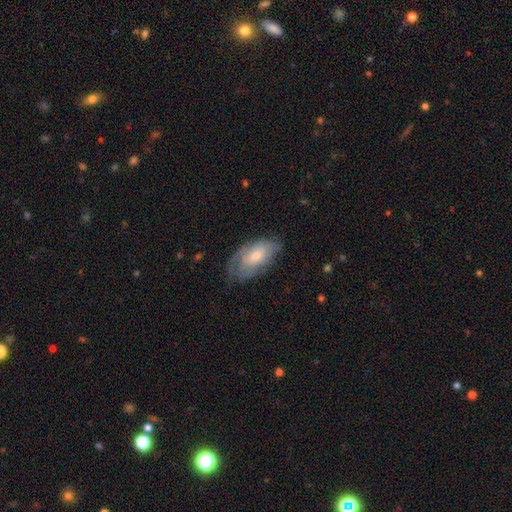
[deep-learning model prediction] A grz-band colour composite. It shows a smooth galaxy with no disk features (55%) that is in between round and cigar-shaped (92%). Merging: none (54%).